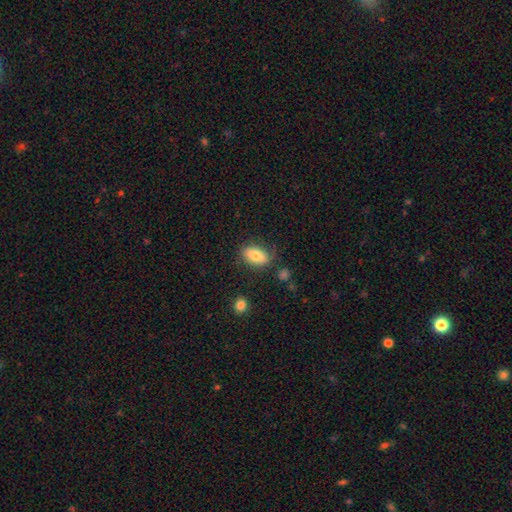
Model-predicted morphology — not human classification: Smooth or featured: smooth — 79% (featured or disk — 14%)
How rounded: in between — 87% (cigar-shaped — 7%)
Merging: none — 77% (minor disturbance — 15%)